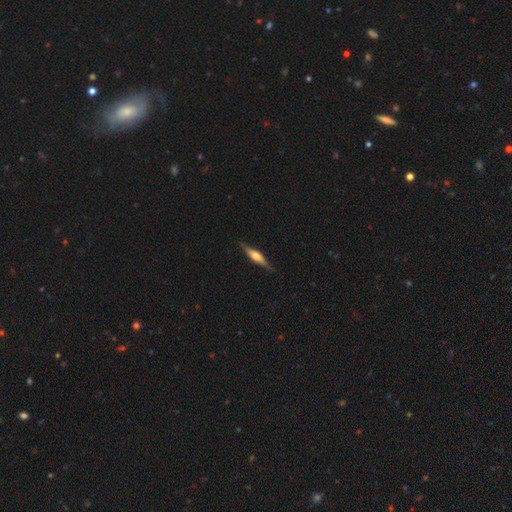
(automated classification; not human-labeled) Smooth or featured? Predicted: featured or disk (p=0.63). Edge-on disk? Predicted: yes (p=0.96). Edge-on bulge? Predicted: rounded (p=0.82). Merging? Predicted: none (p=0.86).